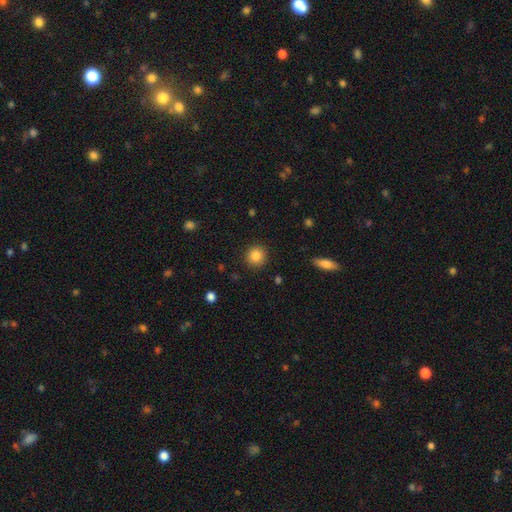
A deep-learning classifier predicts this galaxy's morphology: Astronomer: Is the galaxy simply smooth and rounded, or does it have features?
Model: smooth — 86%.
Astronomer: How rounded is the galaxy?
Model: round — 90%.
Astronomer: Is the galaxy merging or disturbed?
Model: none — 90%.